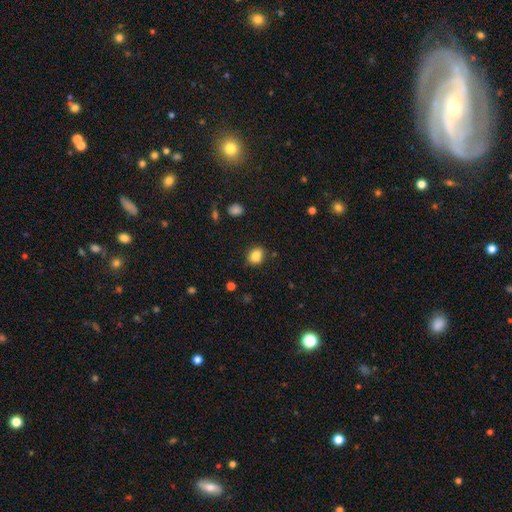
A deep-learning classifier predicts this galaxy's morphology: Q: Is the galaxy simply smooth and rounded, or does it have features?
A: smooth — 84%.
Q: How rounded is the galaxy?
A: round — 51%.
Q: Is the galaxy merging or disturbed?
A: none — 79%.